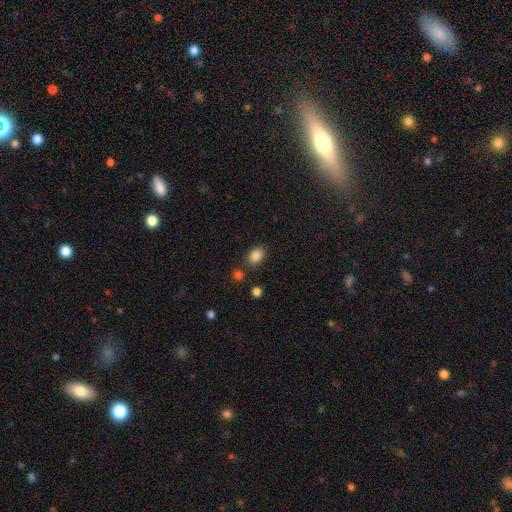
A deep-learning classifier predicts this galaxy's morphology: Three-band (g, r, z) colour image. It shows a smooth galaxy with no disk features (86%) that is in between round and cigar-shaped (76%). Merging: none (77%).